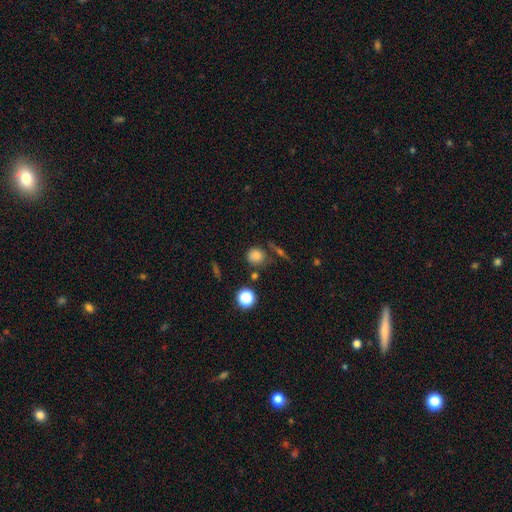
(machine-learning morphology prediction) type=smooth (79%); roundness=round (88%); merging=none (73%).